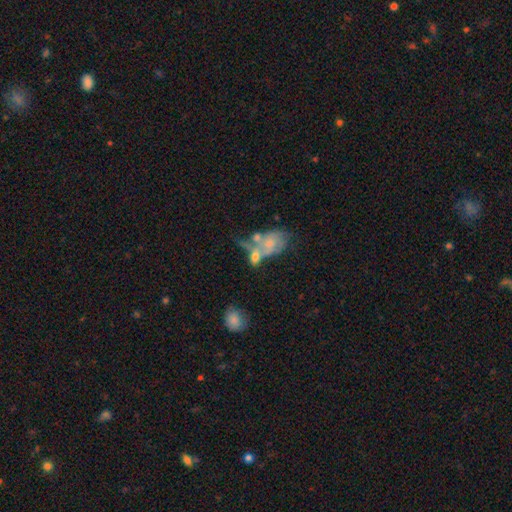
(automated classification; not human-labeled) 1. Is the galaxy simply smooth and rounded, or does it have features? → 47% featured or disk, 43% smooth, 10% star or artifact.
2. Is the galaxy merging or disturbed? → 48% merger, 21% none, 17% major disturbance, 14% minor disturbance.